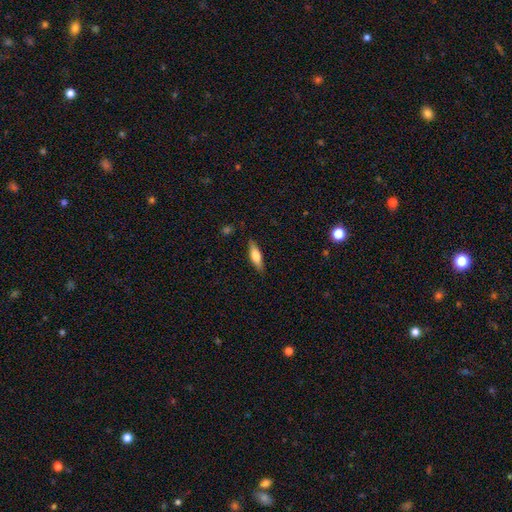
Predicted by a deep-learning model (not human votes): Smooth or featured? smooth (64%)
How rounded? cigar-shaped (56%)
Merging? none (85%)